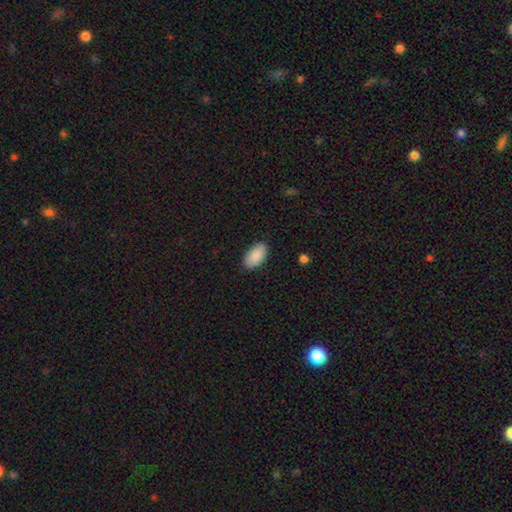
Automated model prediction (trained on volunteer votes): Smooth or featured? Predicted: smooth (p=0.90). How rounded? Predicted: in between (p=0.95). Merging? Predicted: none (p=0.88).